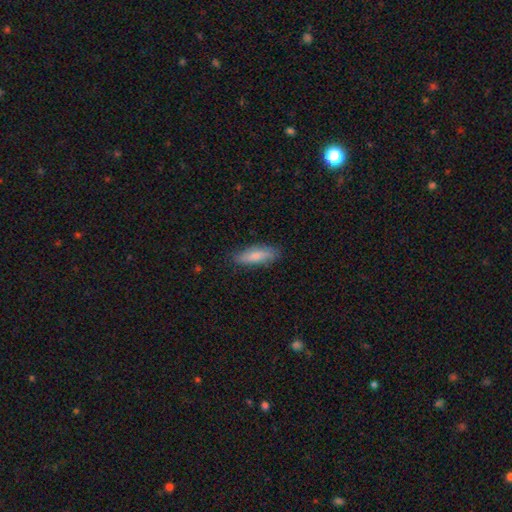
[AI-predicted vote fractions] smooth_or_featured: smooth (p=0.77) [alt: featured or disk p=0.17]
how_rounded: in between (p=0.52) [alt: cigar-shaped p=0.46]
merging: none (p=0.82) [alt: minor disturbance p=0.14]